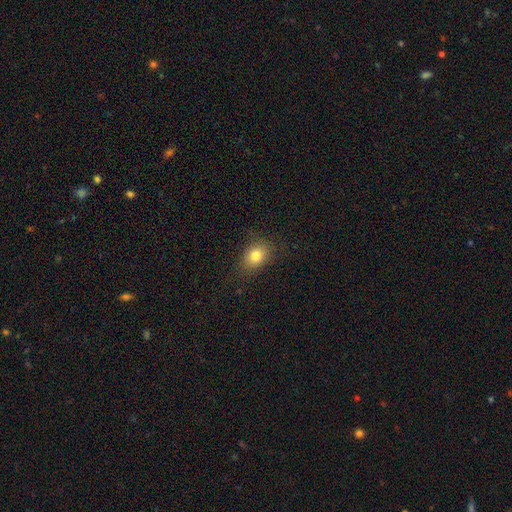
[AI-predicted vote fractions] A smooth galaxy with no disk features (81%) that is in between round and cigar-shaped (61%).

Vote fractions:
- Smooth or featured? smooth: 81% / star or artifact: 11% / featured or disk: 9%
- How rounded? in between: 61% / round: 38% / cigar-shaped: 1%
- Merging? none: 79% / minor disturbance: 15% / major disturbance: 5% / merger: 1%